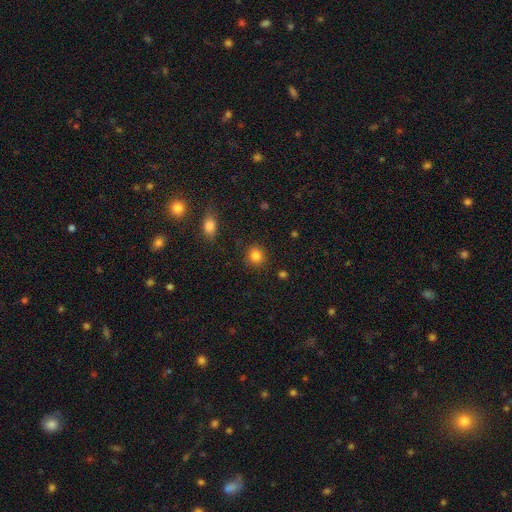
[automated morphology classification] type=smooth (84%); roundness=round (83%); merging=none (88%).